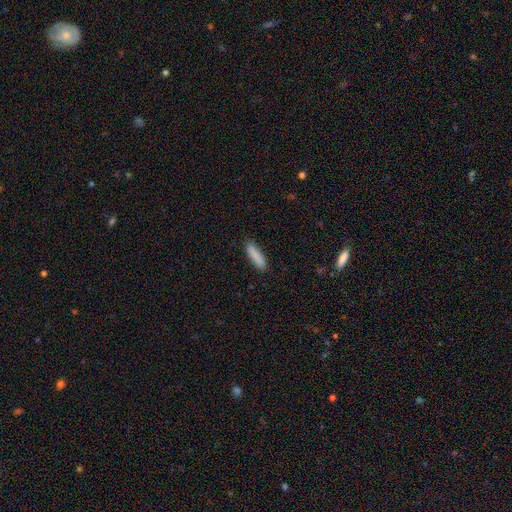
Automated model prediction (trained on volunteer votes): smooth-or-featured: smooth: 88% | star or artifact: 6% | featured or disk: 6%
  how-rounded: cigar-shaped: 71% | in between: 27% | round: 1%
  merging: none: 88% | minor disturbance: 9% | major disturbance: 2% | merger: 1%